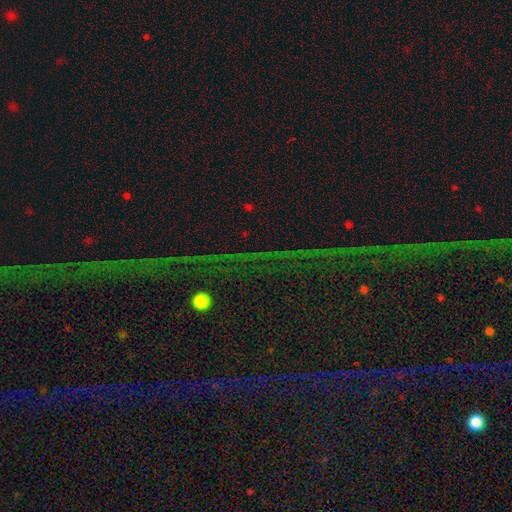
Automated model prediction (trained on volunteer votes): smooth_or_featured: star or artifact (p=0.84) [alt: featured or disk p=0.09]